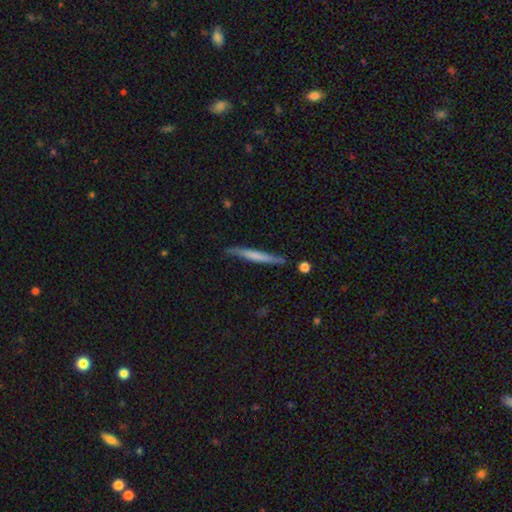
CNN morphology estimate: A smooth galaxy with no disk features (53%) that is cigar-shaped (96%). Merging: none (81%).